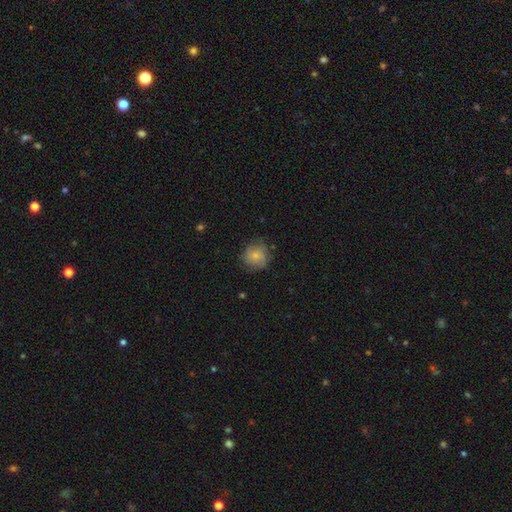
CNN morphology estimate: A smooth galaxy with no disk features (73%) that is round (88%). Merging: none (71%).